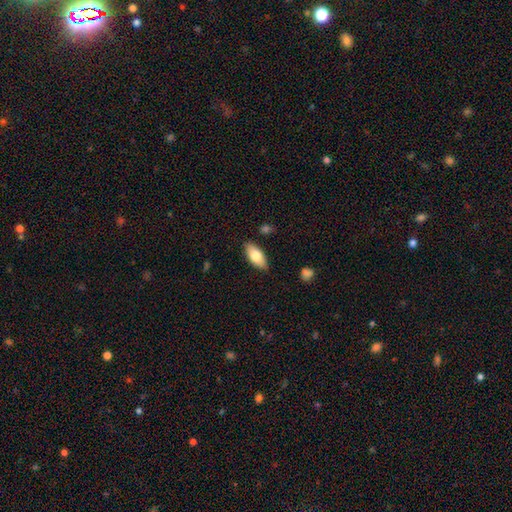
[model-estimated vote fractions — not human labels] smooth 76%, featured or disk 17%, star or artifact 6%. Down the decision tree: how rounded — in between (87%); merging — none (85%).